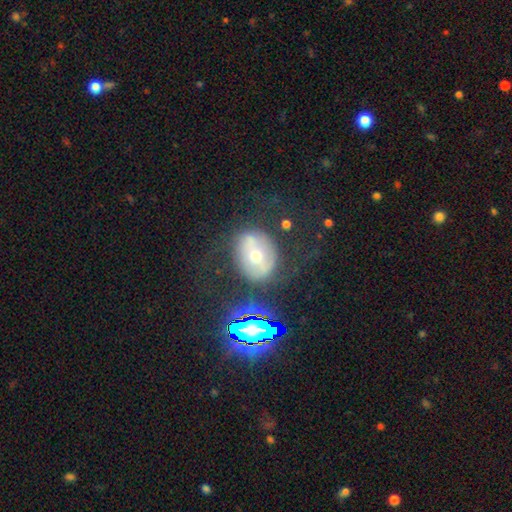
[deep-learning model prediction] Smooth or featured?
  - featured or disk: 48% *
  - smooth: 36%
  - star or artifact: 16%
Merging?
  - none: 66% *
  - minor disturbance: 17%
  - major disturbance: 13%
  - merger: 4%